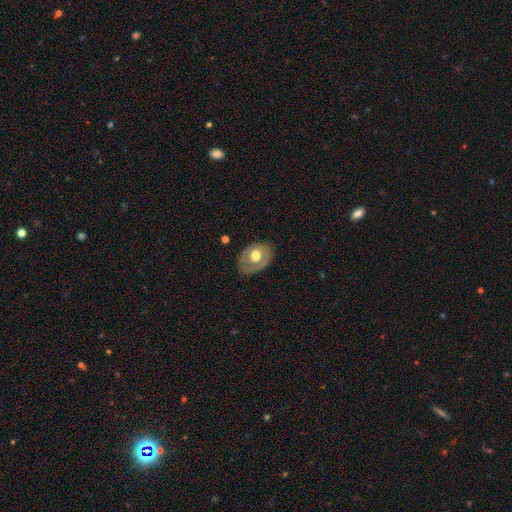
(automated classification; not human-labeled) smooth 48%, featured or disk 47%, star or artifact 6%. Down the decision tree: merging — none (75%).